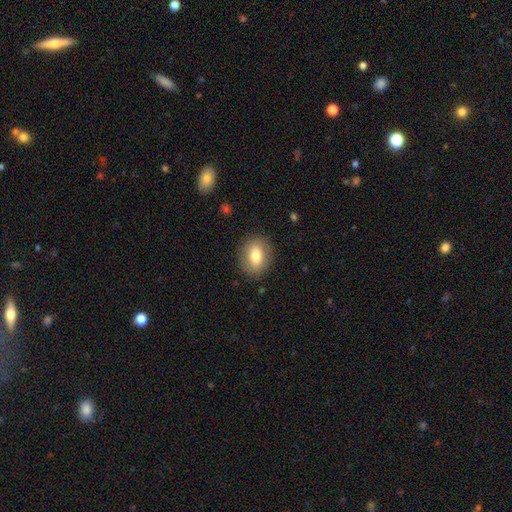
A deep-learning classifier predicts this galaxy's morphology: Smooth or featured? smooth (75%)
How rounded? in between (59%)
Merging? none (86%)